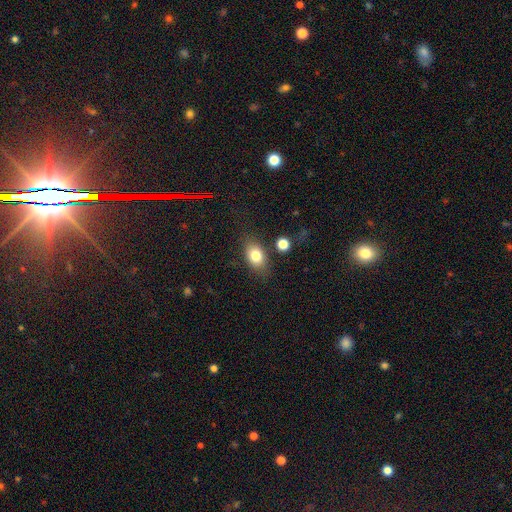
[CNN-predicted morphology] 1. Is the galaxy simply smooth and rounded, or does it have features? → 80% smooth, 11% featured or disk, 9% star or artifact.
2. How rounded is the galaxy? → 78% in between, 20% round, 2% cigar-shaped.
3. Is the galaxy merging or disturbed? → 78% none, 13% minor disturbance, 4% merger, 4% major disturbance.